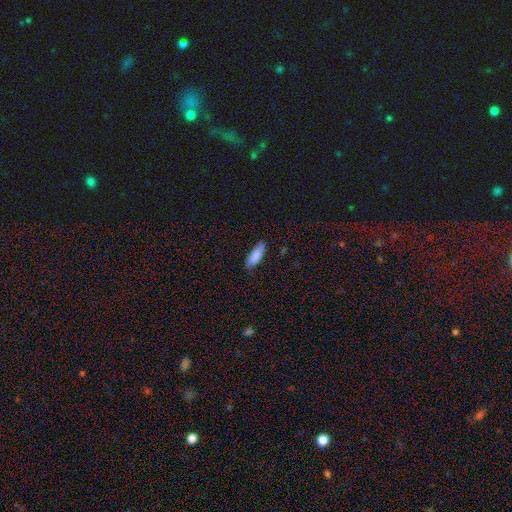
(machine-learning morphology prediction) A smooth galaxy with no disk features (85%) that is in between round and cigar-shaped (63%). Merging: none (75%).